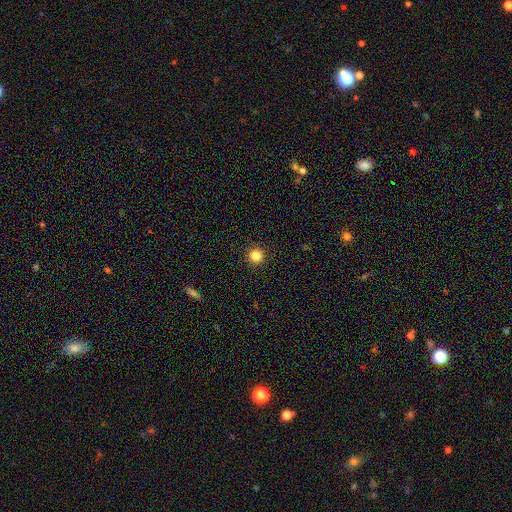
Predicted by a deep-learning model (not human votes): smooth 84%, star or artifact 12%, featured or disk 4%. Down the decision tree: how rounded — round (96%); merging — none (93%).